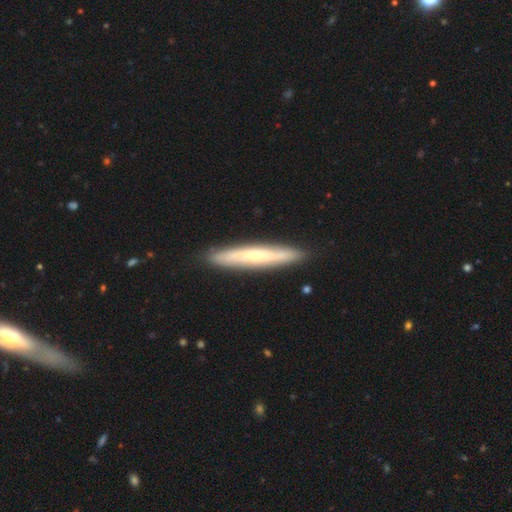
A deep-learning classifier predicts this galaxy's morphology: Smooth or featured? Predicted: featured or disk (p=0.59). Edge-on disk? Predicted: yes (p=0.81). Merging? Predicted: none (p=0.89).